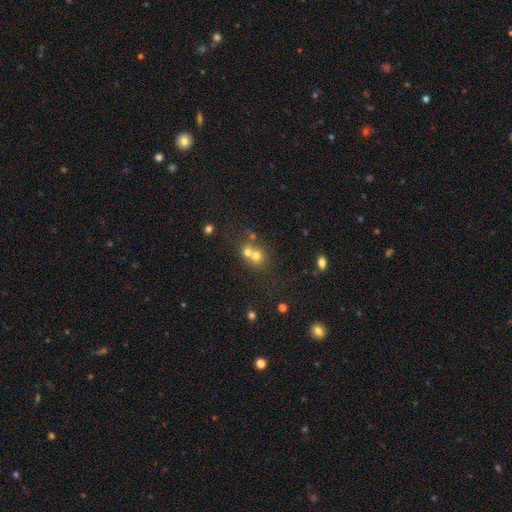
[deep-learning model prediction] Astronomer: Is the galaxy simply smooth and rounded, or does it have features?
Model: smooth — 66%.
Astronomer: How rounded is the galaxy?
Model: round — 80%.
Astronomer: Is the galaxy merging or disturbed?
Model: merger — 56% (runner-up: none, 36%).